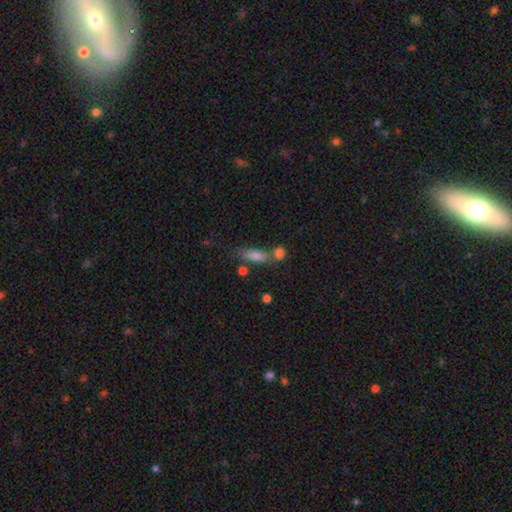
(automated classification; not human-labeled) A smooth galaxy with no disk features (75%) that is in between round and cigar-shaped (56%). Merging: none (49%).